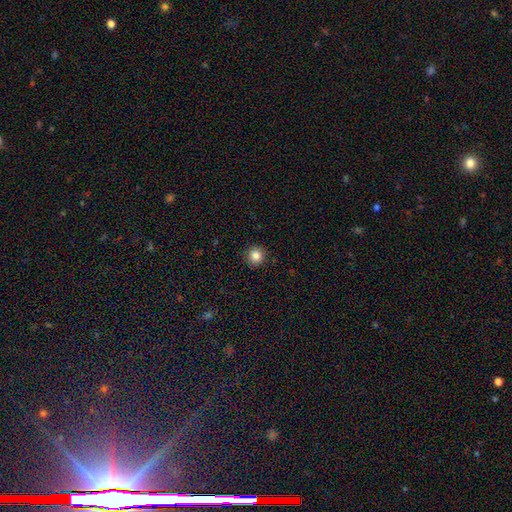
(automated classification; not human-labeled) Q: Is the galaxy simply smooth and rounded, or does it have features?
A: smooth — 85%.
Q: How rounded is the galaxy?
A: round — 94%.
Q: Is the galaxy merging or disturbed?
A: none — 91%.